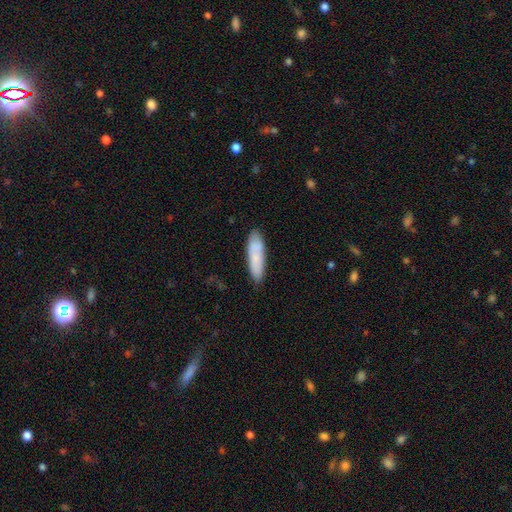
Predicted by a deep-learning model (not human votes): Smooth or featured: smooth — 77% (featured or disk — 17%)
How rounded: cigar-shaped — 54% (in between — 44%)
Merging: none — 81% (minor disturbance — 15%)